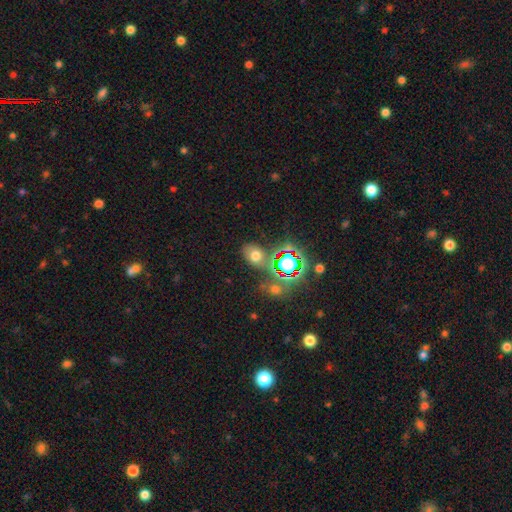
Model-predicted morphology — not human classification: Smooth or featured?
  - smooth: 59% *
  - star or artifact: 29%
  - featured or disk: 12%
How rounded?
  - in between: 66% *
  - round: 32%
  - cigar-shaped: 2%
Merging?
  - none: 67% *
  - minor disturbance: 16%
  - merger: 10%
  - major disturbance: 7%